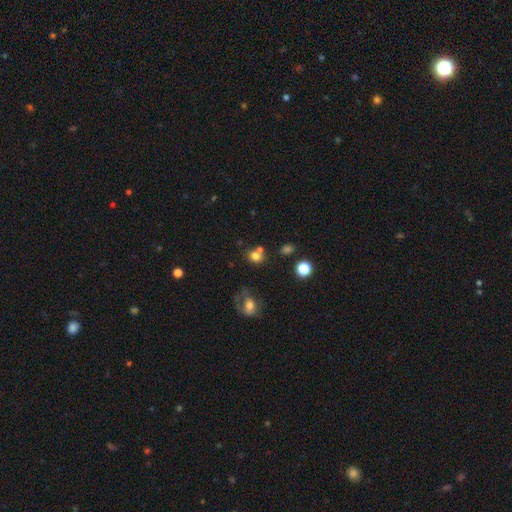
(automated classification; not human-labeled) Smooth or featured?
  - smooth: 76% *
  - star or artifact: 15%
  - featured or disk: 9%
How rounded?
  - round: 70% *
  - in between: 29%
  - cigar-shaped: 1%
Merging?
  - none: 55% *
  - merger: 29%
  - minor disturbance: 11%
  - major disturbance: 5%